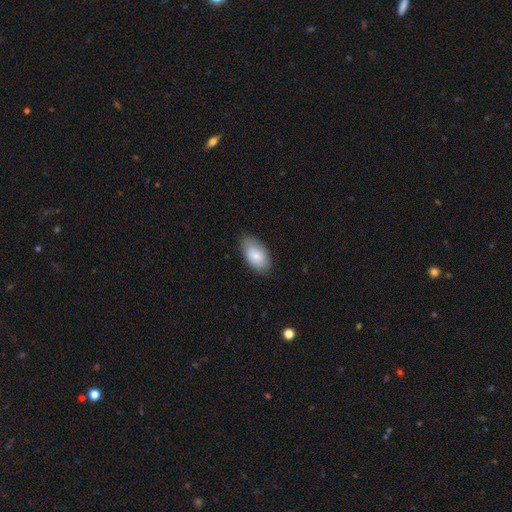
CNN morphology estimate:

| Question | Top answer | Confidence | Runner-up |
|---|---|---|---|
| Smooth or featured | smooth | 83% | featured or disk (11%) |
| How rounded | in between | 94% | round (4%) |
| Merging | none | 78% | minor disturbance (18%) |